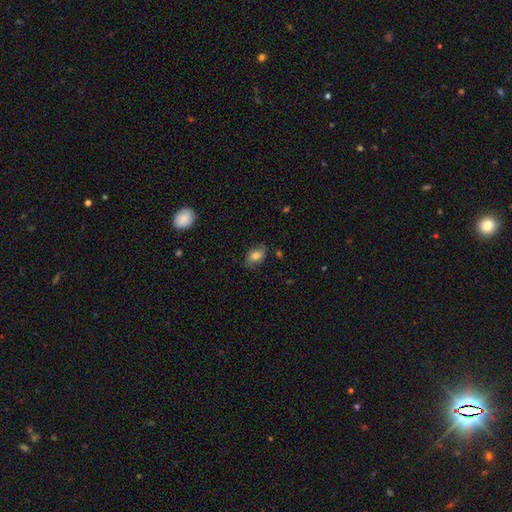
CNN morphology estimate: type=smooth (74%); roundness=in between (83%); merging=none (77%).